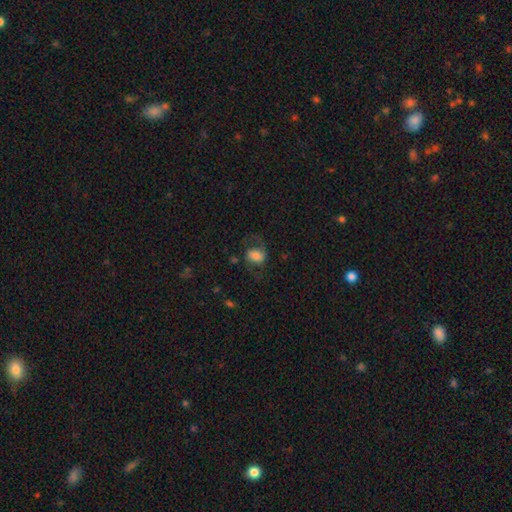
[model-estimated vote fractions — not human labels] Morphology: type=smooth (47%); merging=none (61%).